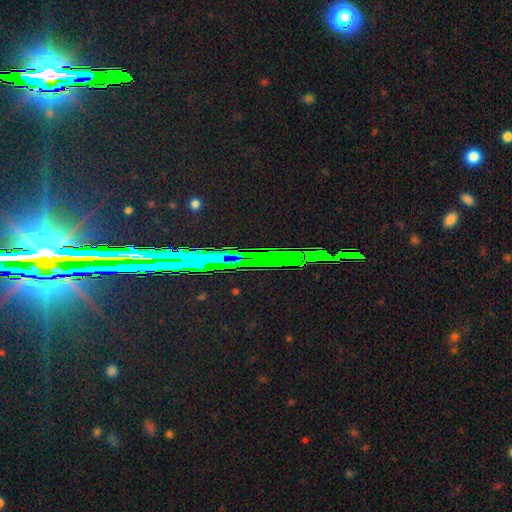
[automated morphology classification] A star or artifact, not a galaxy (83%).